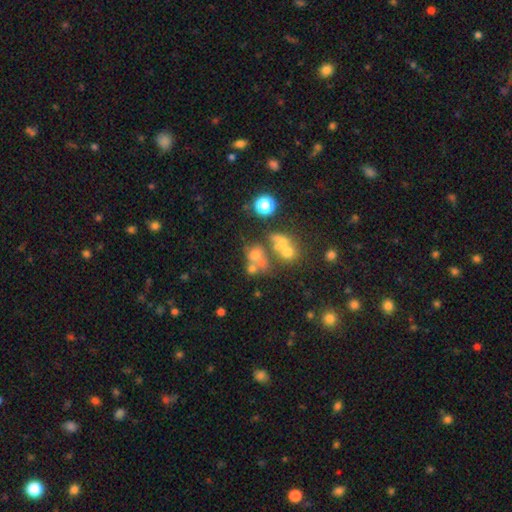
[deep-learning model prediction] smooth-or-featured: smooth: 54% | featured or disk: 24% | star or artifact: 22%
  how-rounded: round: 65% | in between: 33% | cigar-shaped: 1%
  merging: merger: 43% | none: 35% | minor disturbance: 11% | major disturbance: 11%